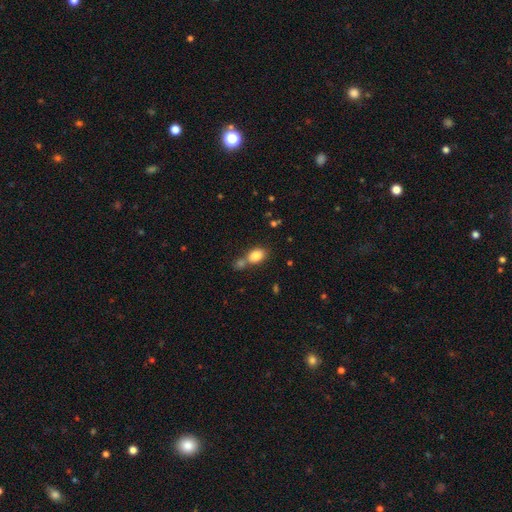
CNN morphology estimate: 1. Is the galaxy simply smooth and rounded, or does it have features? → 84% smooth, 9% star or artifact, 7% featured or disk.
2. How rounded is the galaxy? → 82% in between, 16% round, 2% cigar-shaped.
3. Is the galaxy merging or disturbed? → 51% none, 33% merger, 12% minor disturbance, 4% major disturbance.